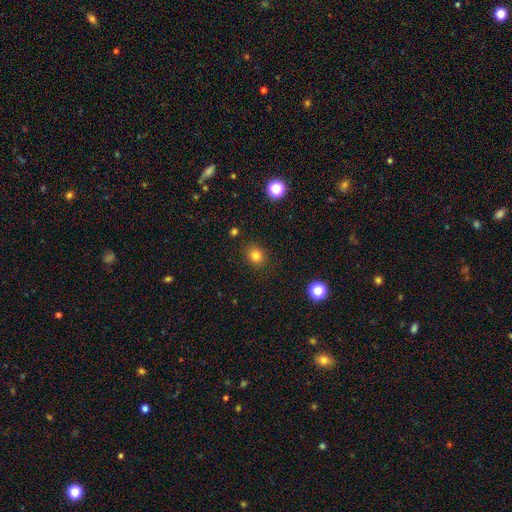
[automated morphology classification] This is clearly a smooth galaxy (82%). How rounded: likely round (76%). Merging: clearly none (88%).